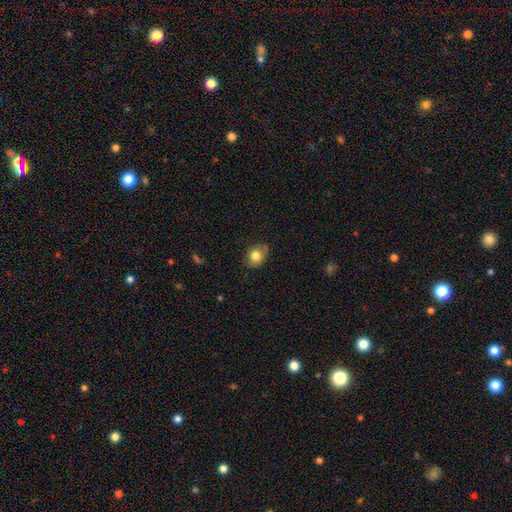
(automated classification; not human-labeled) Smooth or featured: smooth — 79% (featured or disk — 12%)
How rounded: in between — 53% (round — 46%)
Merging: none — 73% (minor disturbance — 22%)